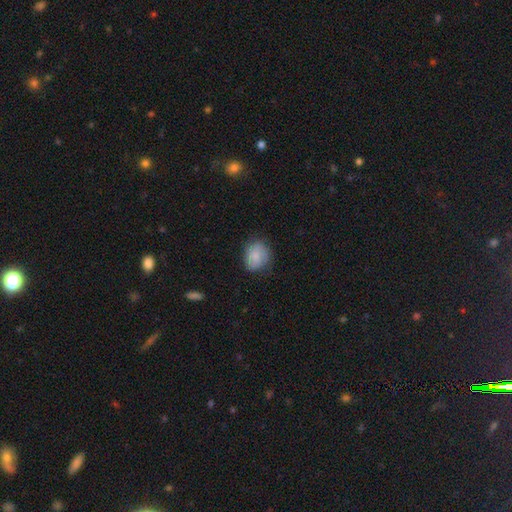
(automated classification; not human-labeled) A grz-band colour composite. It shows a smooth galaxy with no disk features (76%) that is round (52%). Merging: none (68%).